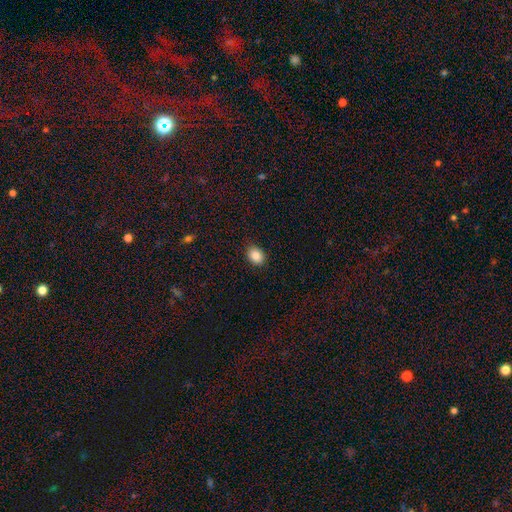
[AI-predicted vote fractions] Smooth or featured? smooth (87%)
How rounded? in between (67%)
Merging? none (89%)